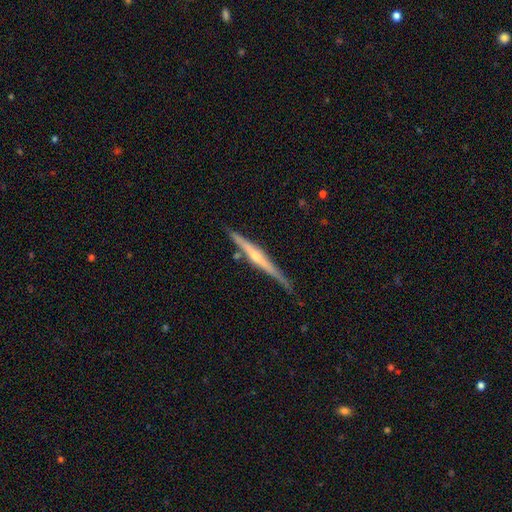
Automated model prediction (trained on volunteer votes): A featured or disk galaxy (74%) viewed edge-on (98%) with a rounded central bulge (68%). Merging: none (78%).